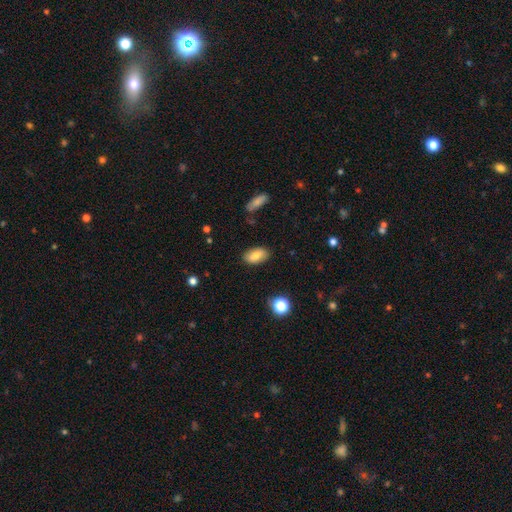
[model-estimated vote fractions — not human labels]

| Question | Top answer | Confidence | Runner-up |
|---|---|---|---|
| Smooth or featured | smooth | 79% | featured or disk (13%) |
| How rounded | in between | 92% | round (5%) |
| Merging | none | 85% | minor disturbance (11%) |